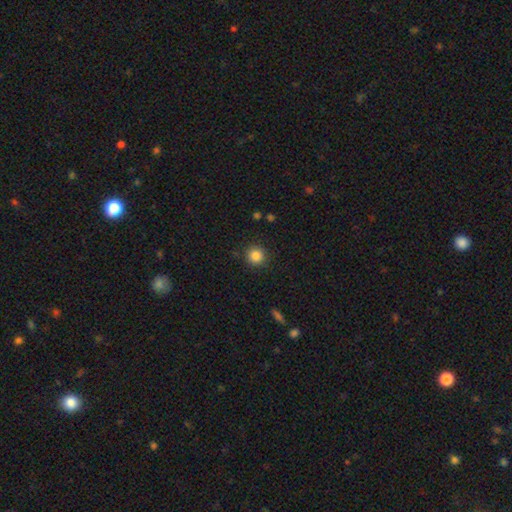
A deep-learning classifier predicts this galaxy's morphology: Smooth or featured?
  - smooth: 85% *
  - star or artifact: 11%
  - featured or disk: 4%
How rounded?
  - round: 94% *
  - in between: 5%
  - cigar-shaped: 1%
Merging?
  - none: 90% *
  - minor disturbance: 6%
  - major disturbance: 2%
  - merger: 1%